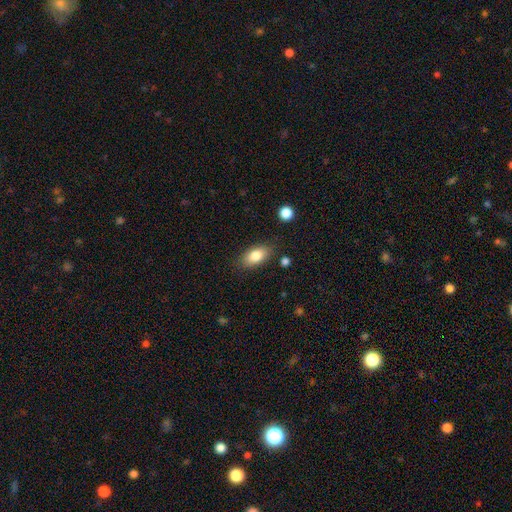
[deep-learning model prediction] smooth-or-featured: smooth: 82% | featured or disk: 11% | star or artifact: 7%
  how-rounded: in between: 90% | round: 6% | cigar-shaped: 4%
  merging: none: 82% | minor disturbance: 13% | major disturbance: 3% | merger: 2%